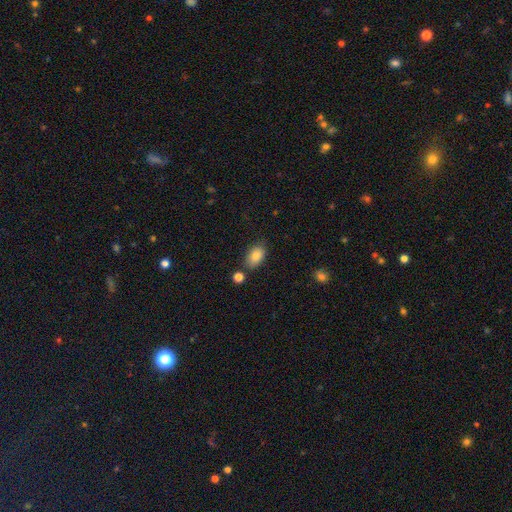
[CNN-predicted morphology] This is clearly a smooth galaxy (83%). How rounded: clearly in between (90%). Merging: likely none (76%).